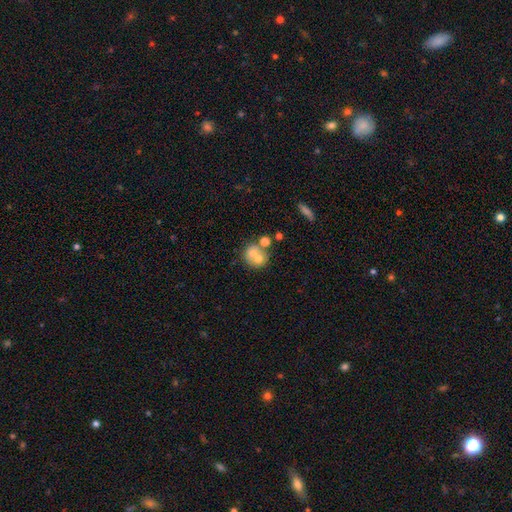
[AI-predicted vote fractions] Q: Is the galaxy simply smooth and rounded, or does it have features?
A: smooth — 62%.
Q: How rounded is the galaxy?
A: round — 80%.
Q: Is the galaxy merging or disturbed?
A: merger — 49%.